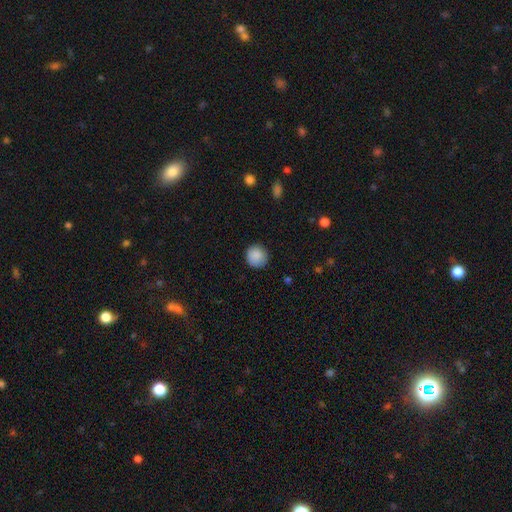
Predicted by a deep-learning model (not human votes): Morphology: type=smooth (88%); roundness=round (94%); merging=none (88%).